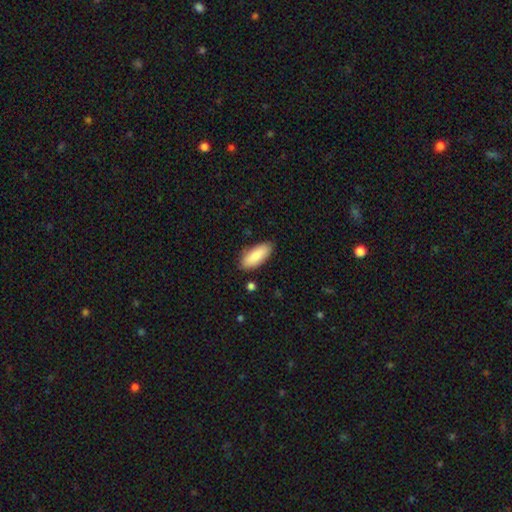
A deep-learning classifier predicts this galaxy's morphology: type=smooth (86%); roundness=in between (81%); merging=none (84%).